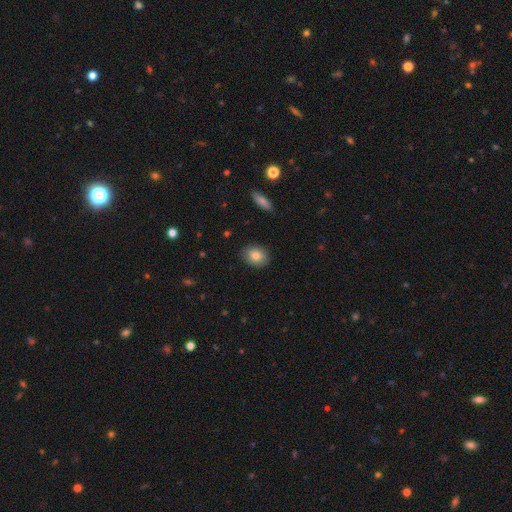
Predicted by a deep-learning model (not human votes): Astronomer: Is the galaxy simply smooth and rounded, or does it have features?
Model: smooth — 82%.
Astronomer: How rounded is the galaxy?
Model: in between — 60% (runner-up: round, 39%).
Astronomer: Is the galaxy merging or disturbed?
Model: none — 89%.